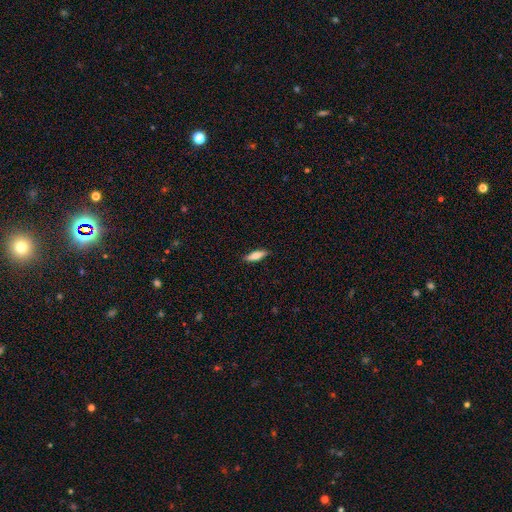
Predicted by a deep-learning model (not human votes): Q: Smooth or featured?
A: smooth (73%); runner-up: featured or disk (21%)
Q: How rounded?
A: cigar-shaped (53%); runner-up: in between (45%)
Q: Merging?
A: none (88%); runner-up: minor disturbance (9%)